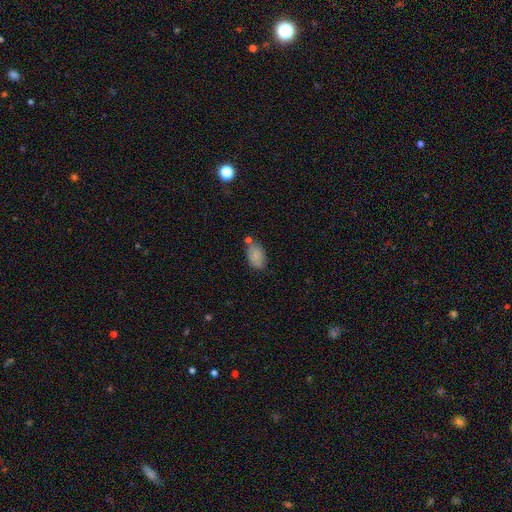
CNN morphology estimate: Overall: smooth (84%). How rounded: in between (92%). Merging: none (62%).